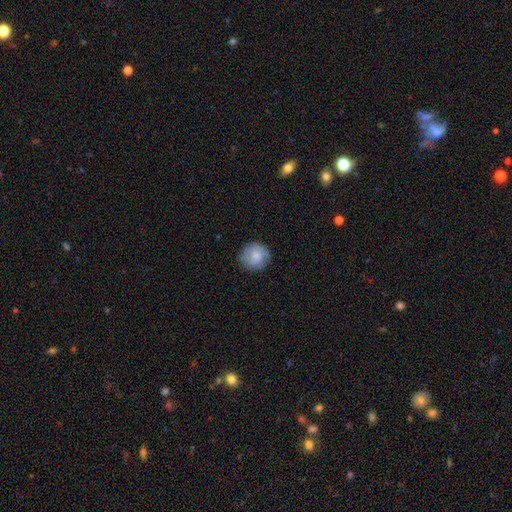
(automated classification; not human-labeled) Smooth or featured?
  - smooth: 73% *
  - featured or disk: 20%
  - star or artifact: 7%
How rounded?
  - round: 92% *
  - in between: 7%
  - cigar-shaped: 1%
Merging?
  - none: 85% *
  - minor disturbance: 11%
  - major disturbance: 3%
  - merger: 1%